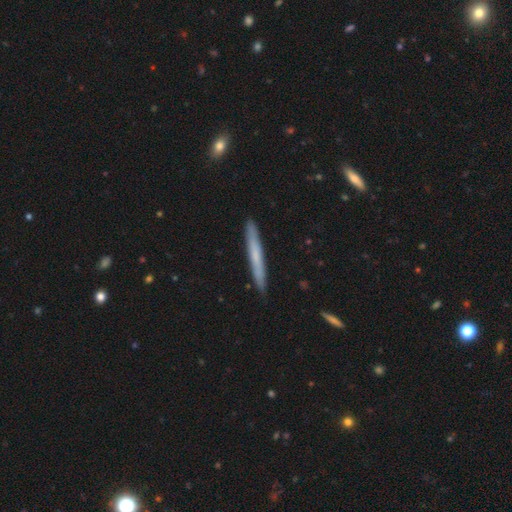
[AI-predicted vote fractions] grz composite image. It shows a smooth galaxy with no disk features (56%) that is cigar-shaped (97%). Merging: none (90%).